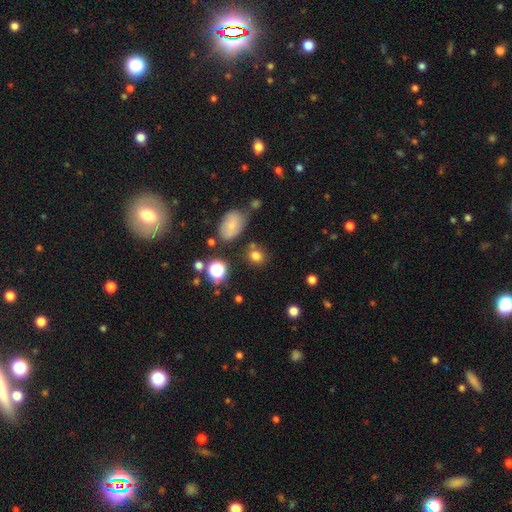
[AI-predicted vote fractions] This is likely a smooth galaxy (76%). How rounded: likely round (72%). Merging: likely none (76%).